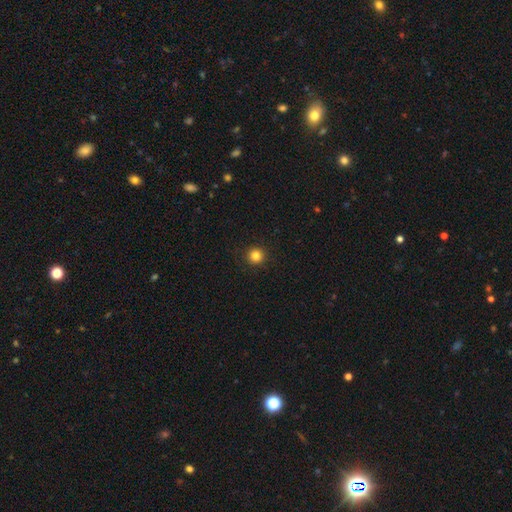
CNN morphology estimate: Smooth or featured: smooth — 83% (star or artifact — 12%)
How rounded: round — 95% (in between — 4%)
Merging: none — 93% (minor disturbance — 5%)